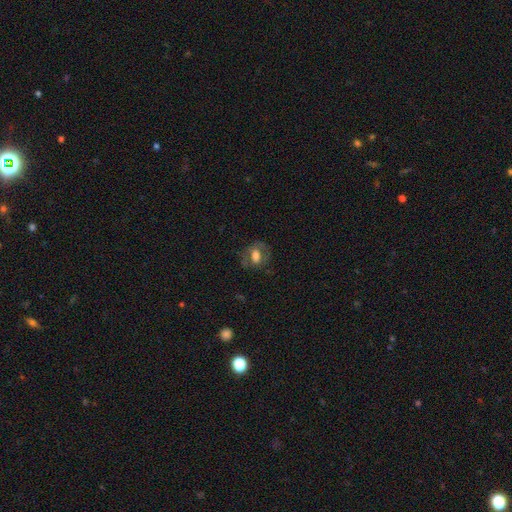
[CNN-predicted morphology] Smooth or featured?
  - smooth: 52% *
  - featured or disk: 38%
  - star or artifact: 9%
How rounded?
  - in between: 65% *
  - round: 32%
  - cigar-shaped: 2%
Merging?
  - none: 64% *
  - minor disturbance: 20%
  - major disturbance: 14%
  - merger: 2%